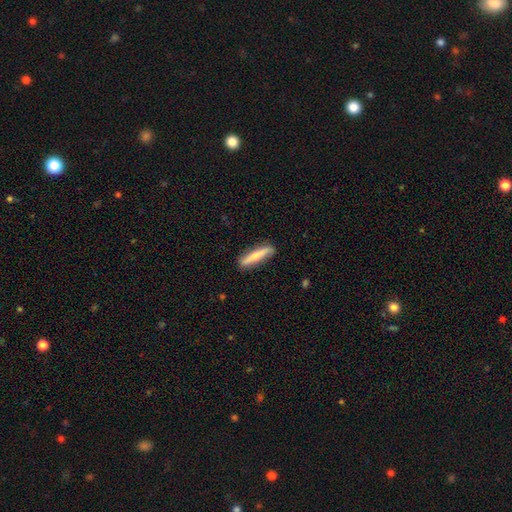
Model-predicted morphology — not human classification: This is likely a smooth galaxy (70%). How rounded: clearly cigar-shaped (90%). Merging: clearly none (85%).